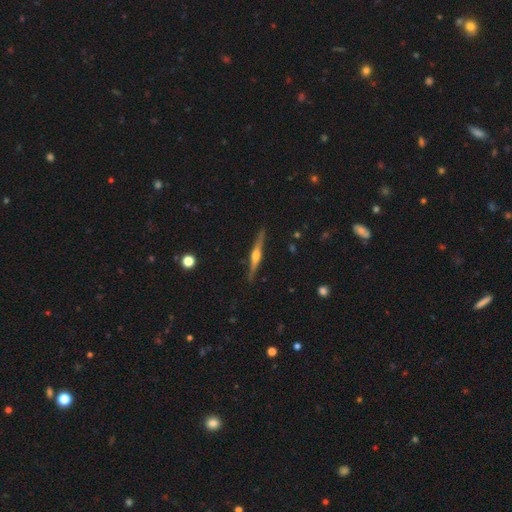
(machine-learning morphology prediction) featured or disk 74%, smooth 21%, star or artifact 6%. Down the decision tree: edge-on disk — yes (98%); edge-on bulge — rounded (84%); merging — none (87%).